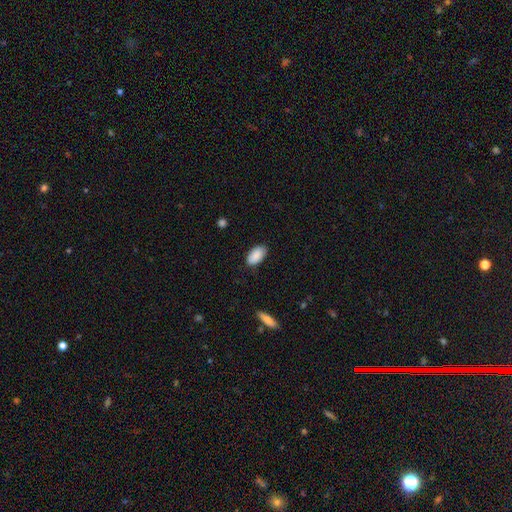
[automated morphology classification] A smooth galaxy with no disk features (88%) that is in between round and cigar-shaped (95%).

Vote fractions:
- Smooth or featured? smooth: 88% / star or artifact: 6% / featured or disk: 6%
- How rounded? in between: 95% / round: 3% / cigar-shaped: 2%
- Merging? none: 82% / minor disturbance: 14% / major disturbance: 3% / merger: 1%